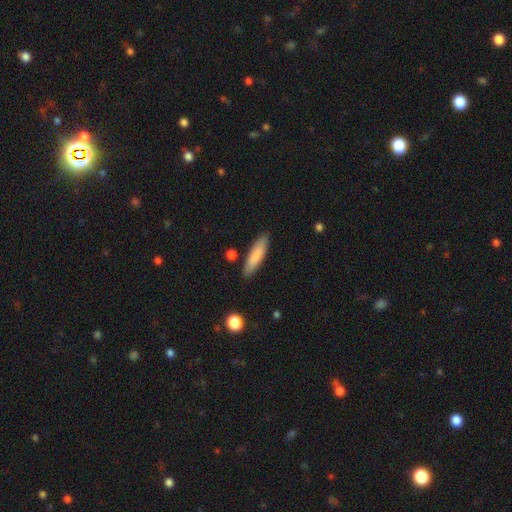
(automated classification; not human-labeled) Smooth or featured? Predicted: smooth (p=0.83). How rounded? Predicted: cigar-shaped (p=0.73). Merging? Predicted: none (p=0.86).